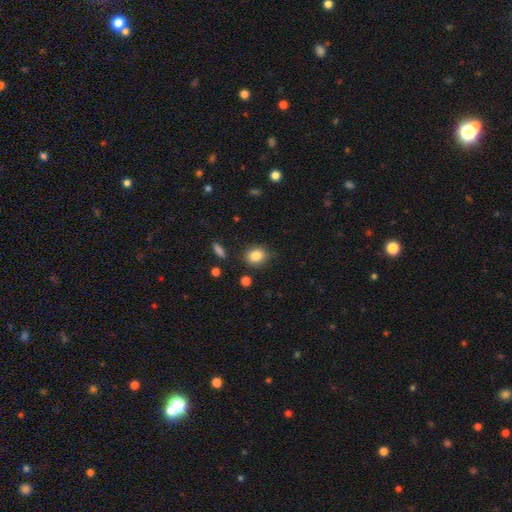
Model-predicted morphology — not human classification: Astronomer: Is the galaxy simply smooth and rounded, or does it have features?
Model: smooth — 84%.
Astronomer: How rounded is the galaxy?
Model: round — 65%.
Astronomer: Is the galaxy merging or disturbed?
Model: none — 80%.